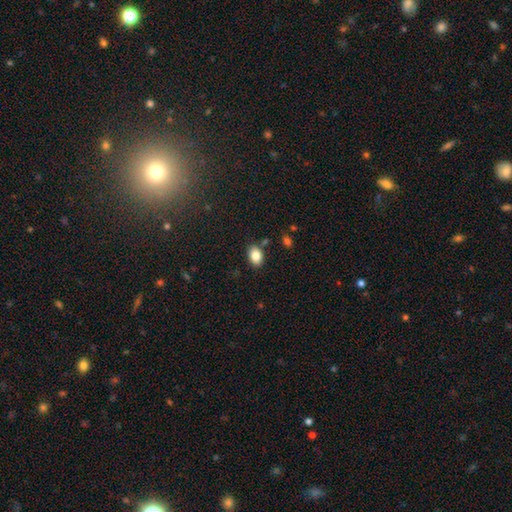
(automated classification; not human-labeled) Morphology: type=smooth (85%); roundness=in between (84%); merging=none (83%).